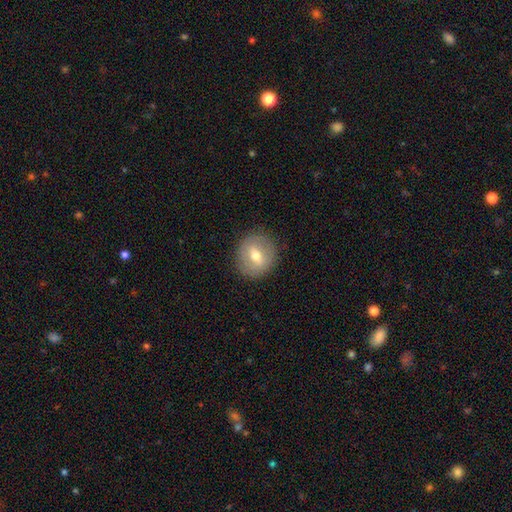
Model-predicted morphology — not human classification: Smooth or featured: smooth — 51% (featured or disk — 41%)
How rounded: round — 83% (in between — 16%)
Merging: none — 86% (minor disturbance — 9%)